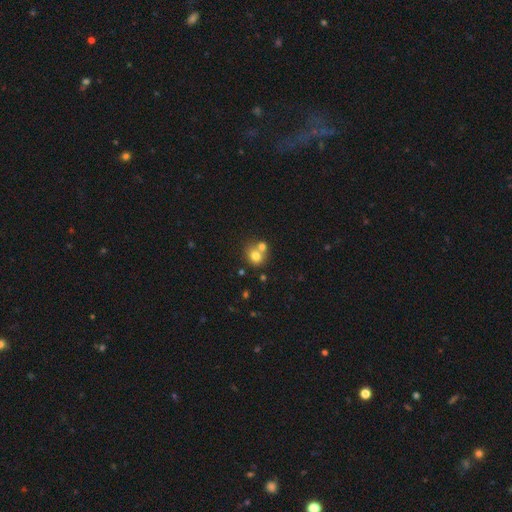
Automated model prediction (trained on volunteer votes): This is likely a smooth galaxy (74%). How rounded: likely round (79%). Merging: possibly merger (45%).